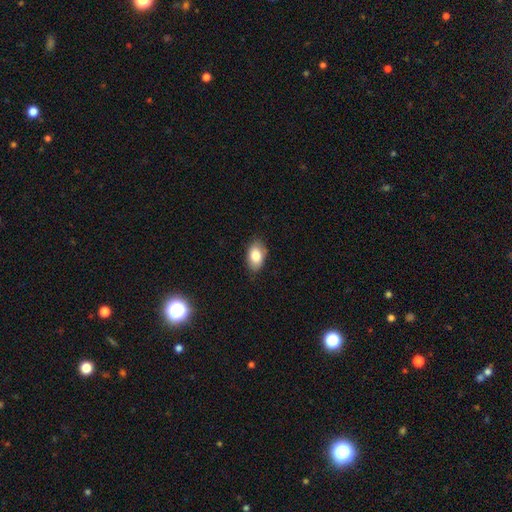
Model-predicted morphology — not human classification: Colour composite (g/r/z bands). It shows a smooth galaxy with no disk features (82%) that is in between round and cigar-shaped (91%). Merging: none (81%).